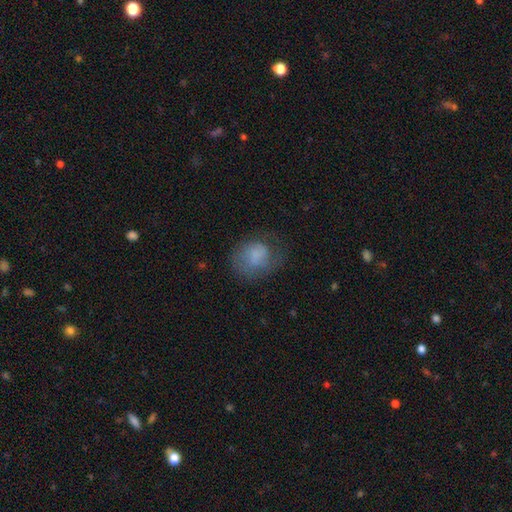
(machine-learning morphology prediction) smooth_or_featured: smooth (p=0.66) [alt: featured or disk p=0.25]
how_rounded: round (p=0.55) [alt: in between p=0.44]
merging: none (p=0.48) [alt: minor disturbance p=0.26]